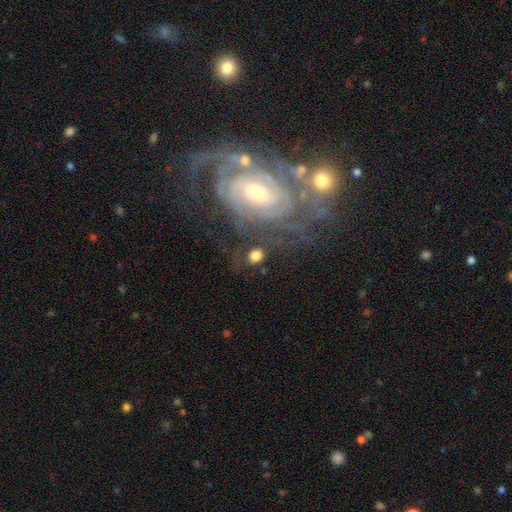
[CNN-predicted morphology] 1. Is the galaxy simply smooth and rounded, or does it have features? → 65% smooth, 25% featured or disk, 10% star or artifact.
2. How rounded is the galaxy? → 67% round, 31% in between, 2% cigar-shaped.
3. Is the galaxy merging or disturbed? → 74% none, 12% minor disturbance, 8% major disturbance, 7% merger.